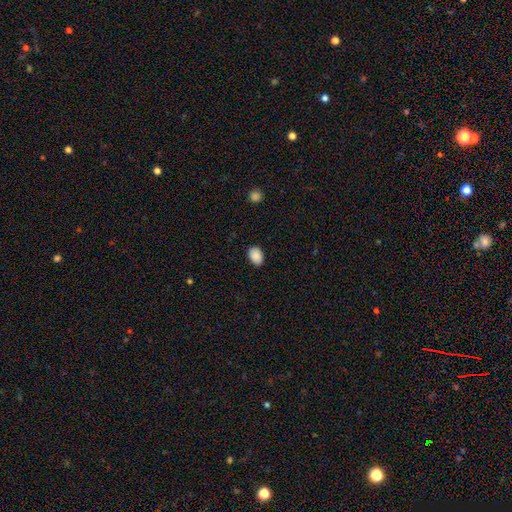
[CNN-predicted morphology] smooth-or-featured: smooth: 88% | star or artifact: 7% | featured or disk: 5%
  how-rounded: in between: 82% | round: 17% | cigar-shaped: 1%
  merging: none: 86% | minor disturbance: 10% | major disturbance: 2% | merger: 1%